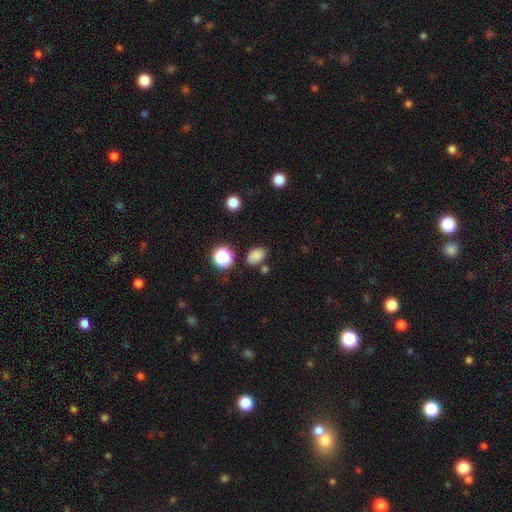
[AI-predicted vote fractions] A smooth galaxy with no disk features (81%) that is in between round and cigar-shaped (80%). Merging: none (75%).